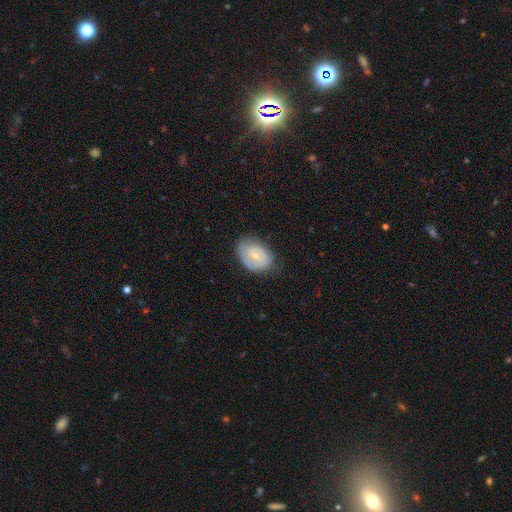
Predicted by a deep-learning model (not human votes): Q: Smooth or featured?
A: smooth (49%); runner-up: featured or disk (44%)
Q: Merging?
A: none (64%); runner-up: minor disturbance (26%)